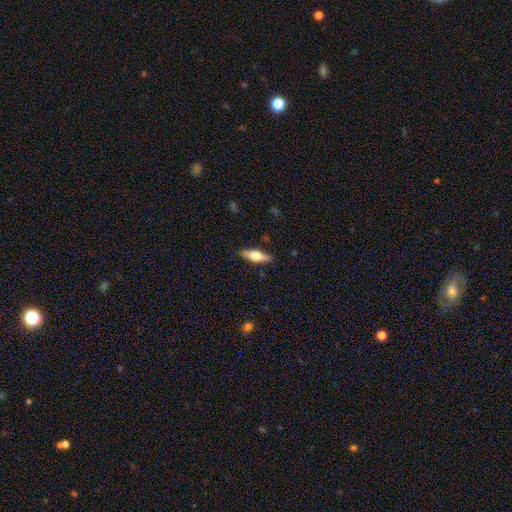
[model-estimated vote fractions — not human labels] A smooth galaxy with no disk features (52%) that is in between round and cigar-shaped (52%).

Vote fractions:
- Smooth or featured? smooth: 52% / featured or disk: 42% / star or artifact: 6%
- How rounded? in between: 52% / cigar-shaped: 45% / round: 3%
- Merging? none: 88% / minor disturbance: 9% / major disturbance: 2% / merger: 1%